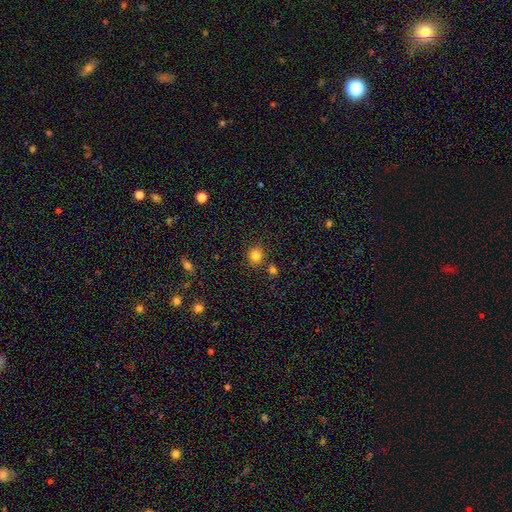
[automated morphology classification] Q: Smooth or featured?
A: smooth (82%); runner-up: star or artifact (12%)
Q: How rounded?
A: round (82%); runner-up: in between (17%)
Q: Merging?
A: none (79%); runner-up: minor disturbance (9%)